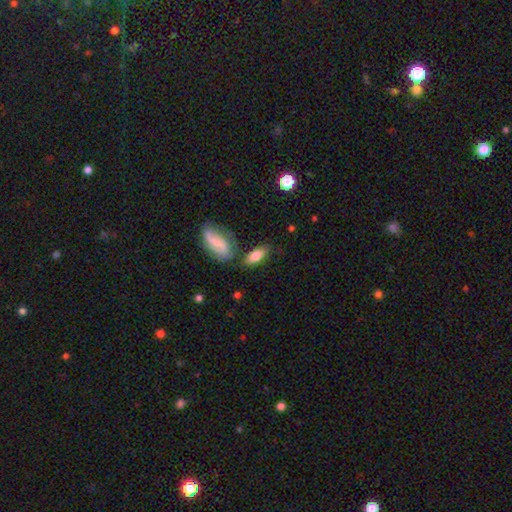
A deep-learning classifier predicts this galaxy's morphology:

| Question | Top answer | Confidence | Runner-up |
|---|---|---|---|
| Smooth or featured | smooth | 71% | featured or disk (22%) |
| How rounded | in between | 81% | cigar-shaped (15%) |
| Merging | none | 68% | minor disturbance (16%) |